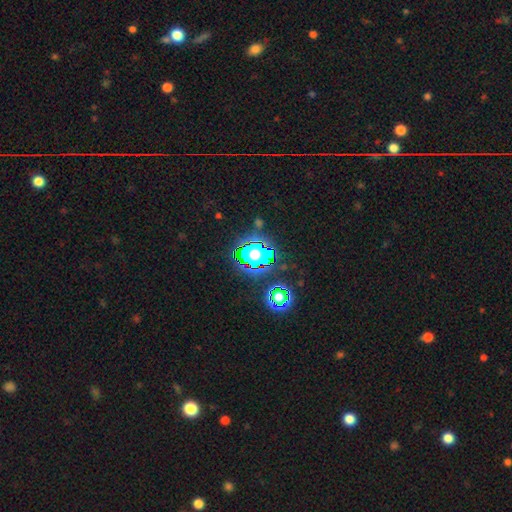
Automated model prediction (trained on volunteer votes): Morphology: type=star or artifact (74%).